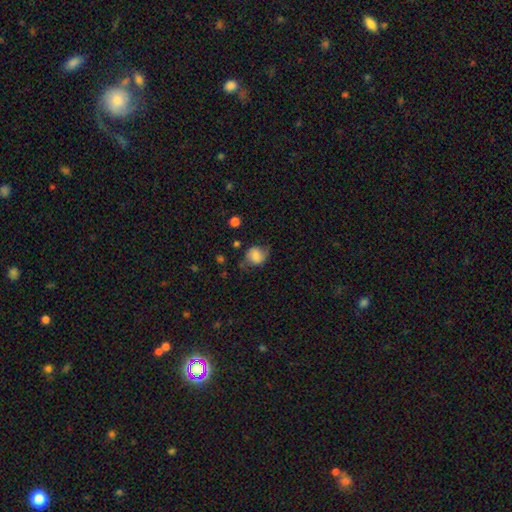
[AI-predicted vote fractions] Smooth or featured? smooth (68%)
How rounded? round (71%)
Merging? none (61%)